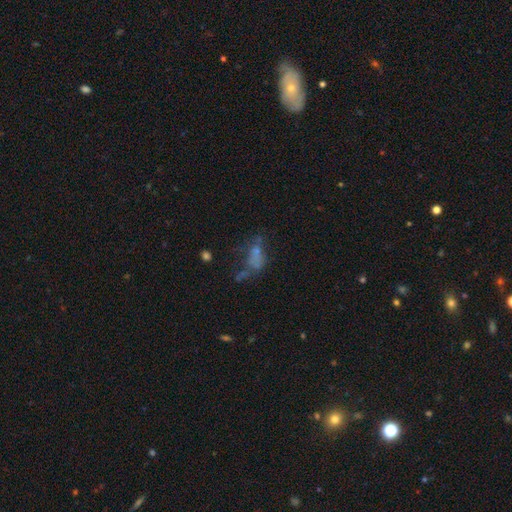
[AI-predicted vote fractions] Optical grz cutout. It shows a smooth galaxy with no disk features (45%). Merging: major disturbance (36%).